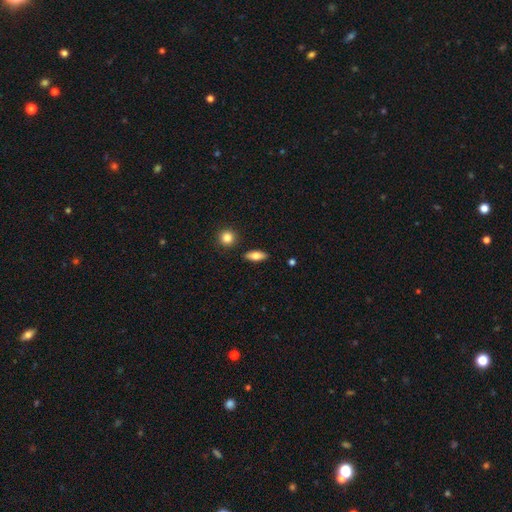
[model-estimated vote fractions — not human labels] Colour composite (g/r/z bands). It shows a smooth galaxy with no disk features (74%) that is in between round and cigar-shaped (75%). Merging: none (86%).